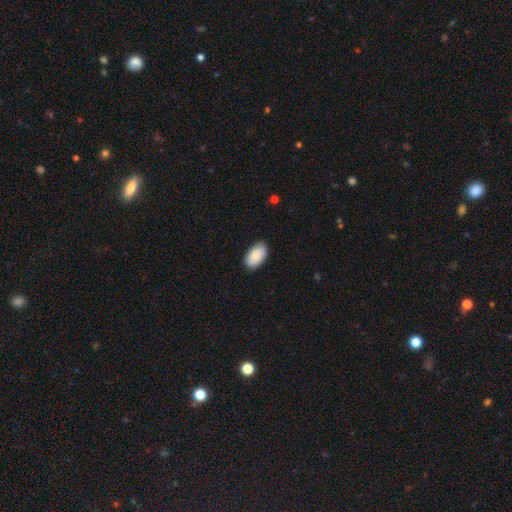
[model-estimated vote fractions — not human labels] smooth-or-featured: smooth: 86% | featured or disk: 8% | star or artifact: 6%
  how-rounded: in between: 95% | round: 4% | cigar-shaped: 1%
  merging: none: 85% | minor disturbance: 12% | major disturbance: 2% | merger: 1%